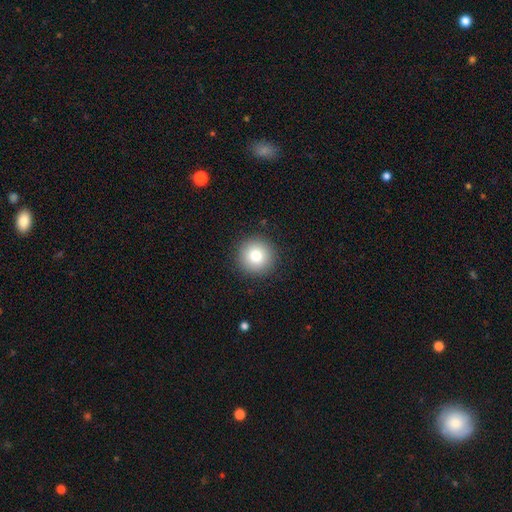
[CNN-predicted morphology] This appears to be a smooth galaxy with no disk features (83%) that is round (94%). Merging: none (91%).